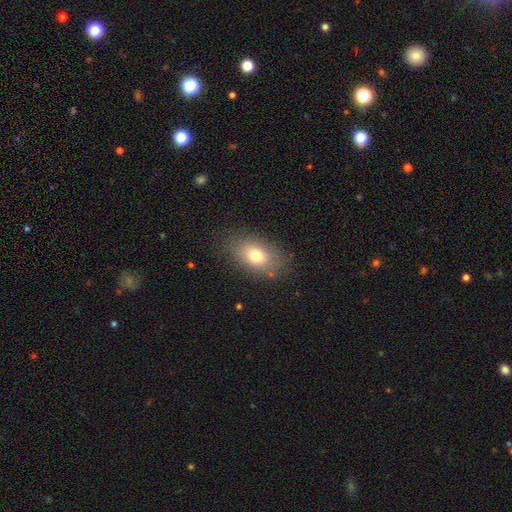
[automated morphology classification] Smooth or featured?
  - smooth: 75% *
  - featured or disk: 15%
  - star or artifact: 10%
How rounded?
  - in between: 84% *
  - round: 14%
  - cigar-shaped: 2%
Merging?
  - none: 81% *
  - minor disturbance: 12%
  - major disturbance: 5%
  - merger: 1%